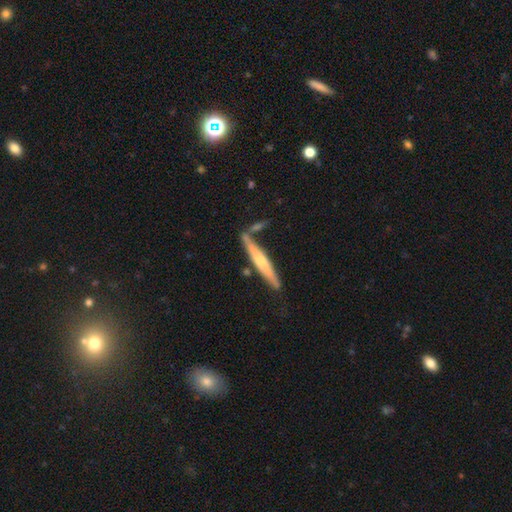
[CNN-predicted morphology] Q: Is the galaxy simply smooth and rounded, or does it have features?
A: featured or disk — 71%.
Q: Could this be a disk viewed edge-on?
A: yes — 92%.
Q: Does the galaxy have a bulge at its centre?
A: rounded — 78%.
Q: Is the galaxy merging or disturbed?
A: none — 68%.